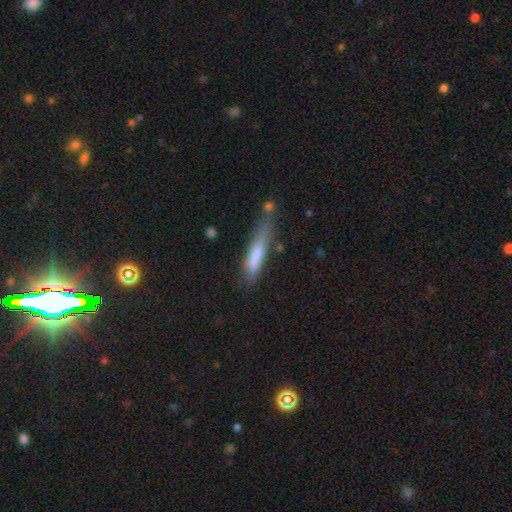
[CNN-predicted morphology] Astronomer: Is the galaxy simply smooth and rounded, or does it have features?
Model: smooth — 72%.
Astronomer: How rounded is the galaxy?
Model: cigar-shaped — 86%.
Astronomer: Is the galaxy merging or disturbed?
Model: none — 49% (runner-up: minor disturbance, 30%).